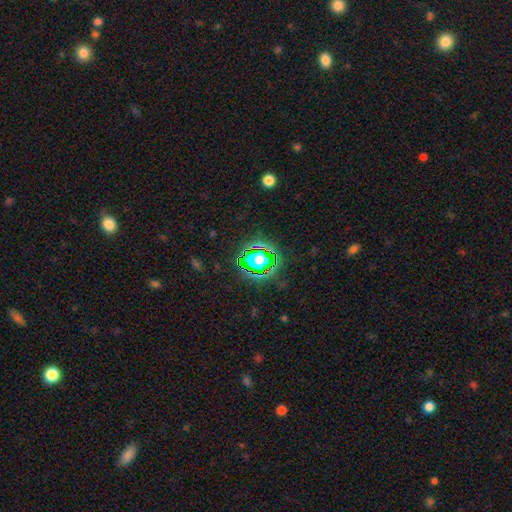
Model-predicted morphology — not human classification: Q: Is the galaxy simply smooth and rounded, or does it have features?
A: star or artifact — 62%.